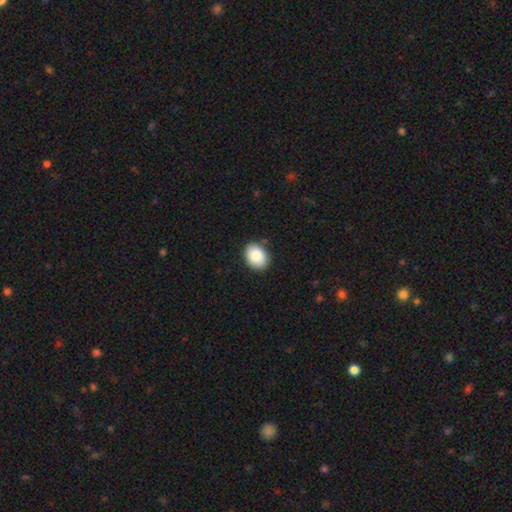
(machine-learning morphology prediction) Smooth or featured?
  - smooth: 85% *
  - featured or disk: 8%
  - star or artifact: 7%
How rounded?
  - in between: 71% *
  - round: 29%
  - cigar-shaped: 1%
Merging?
  - none: 86% *
  - minor disturbance: 10%
  - major disturbance: 2%
  - merger: 1%